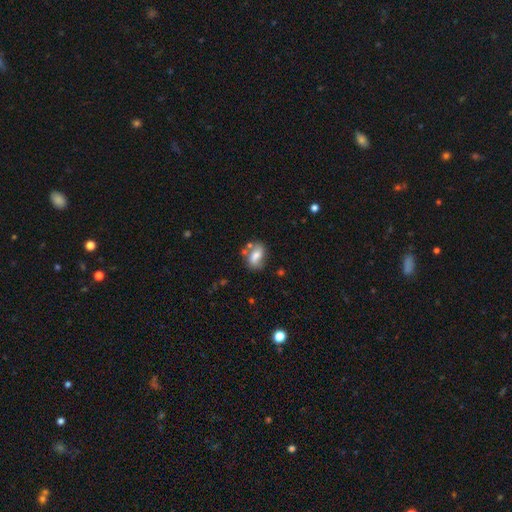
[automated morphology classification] Q: Smooth or featured?
A: smooth (63%); runner-up: featured or disk (29%)
Q: How rounded?
A: in between (81%); runner-up: round (15%)
Q: Merging?
A: none (55%); runner-up: minor disturbance (22%)